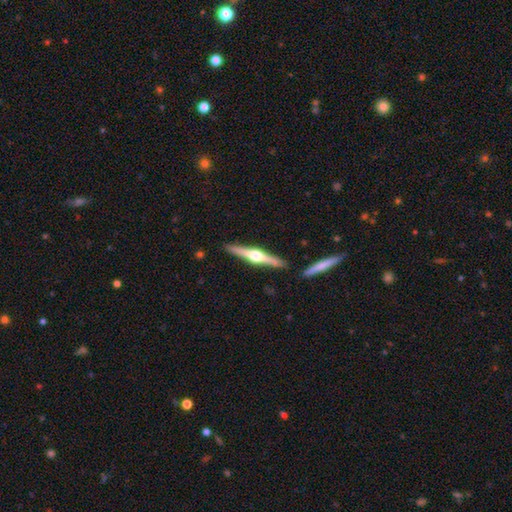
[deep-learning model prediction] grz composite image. It shows a featured or disk galaxy (79%) viewed edge-on (98%) with a rounded central bulge (95%). Merging: none (89%).